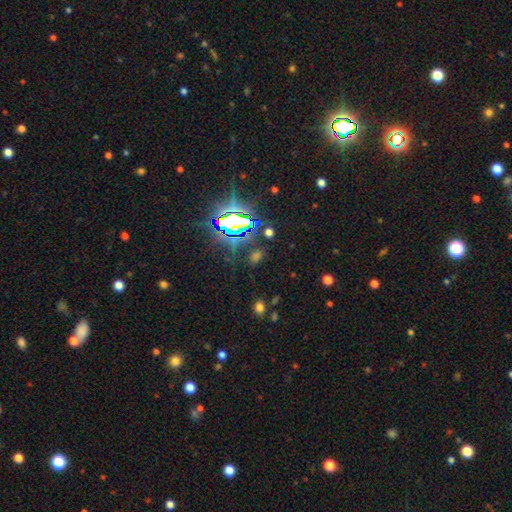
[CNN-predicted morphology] type=star or artifact (62%).